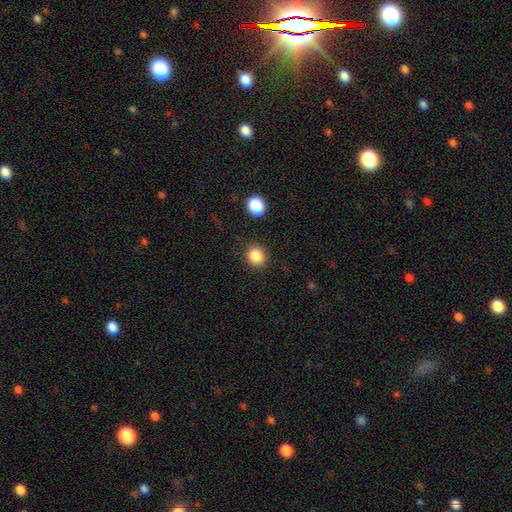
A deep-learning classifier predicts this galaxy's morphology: smooth 86%, star or artifact 10%, featured or disk 4%. Down the decision tree: how rounded — round (79%); merging — none (88%).